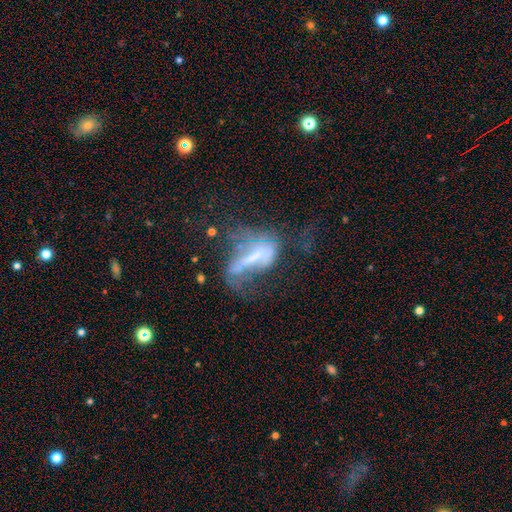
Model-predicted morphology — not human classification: Q: Smooth or featured?
A: featured or disk (58%); runner-up: smooth (30%)
Q: Edge-on disk?
A: no (83%); runner-up: yes (17%)
Q: Merging?
A: major disturbance (50%); runner-up: none (23%)